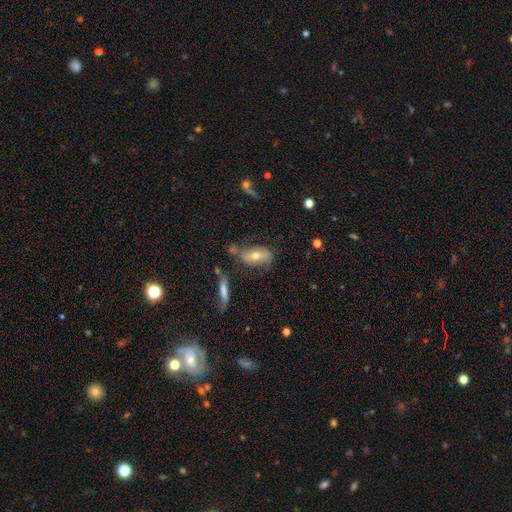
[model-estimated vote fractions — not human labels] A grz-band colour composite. It shows a featured or disk galaxy (52%). Merging: none (52%).